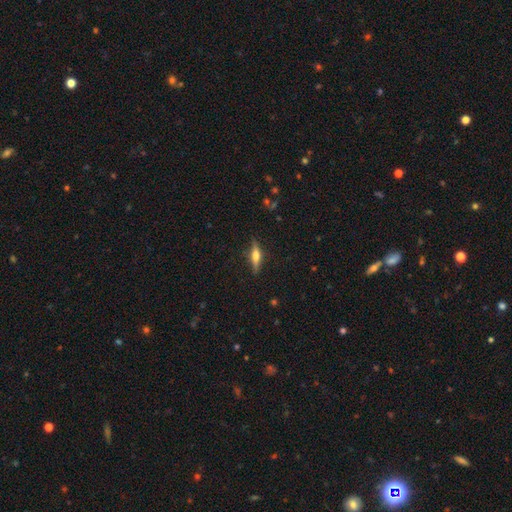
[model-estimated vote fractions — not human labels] smooth_or_featured: featured or disk (p=0.61) [alt: smooth p=0.32]
disk_edge_on: yes (p=0.96) [alt: no p=0.04]
edge_on_bulge: rounded (p=0.88) [alt: boxy p=0.09]
merging: none (p=0.85) [alt: minor disturbance p=0.11]